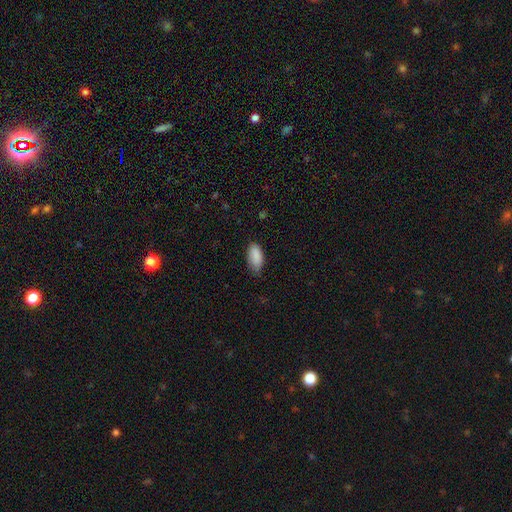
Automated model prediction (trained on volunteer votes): Smooth or featured?
  - smooth: 89% *
  - star or artifact: 7%
  - featured or disk: 4%
How rounded?
  - in between: 92% *
  - cigar-shaped: 6%
  - round: 2%
Merging?
  - none: 67% *
  - minor disturbance: 28%
  - major disturbance: 4%
  - merger: 1%